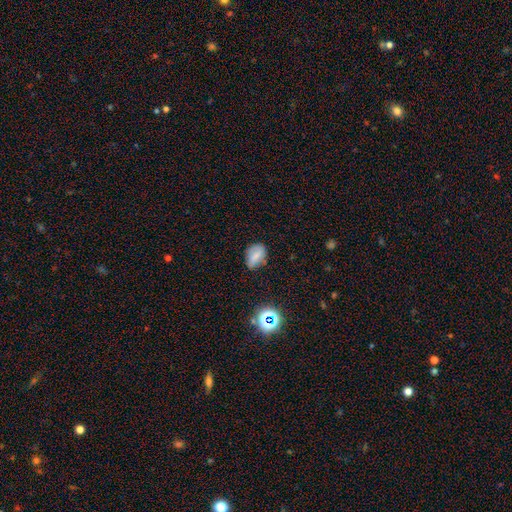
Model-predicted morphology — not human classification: smooth 69%, featured or disk 17%, star or artifact 14%. Down the decision tree: how rounded — in between (79%); merging — none (62%).